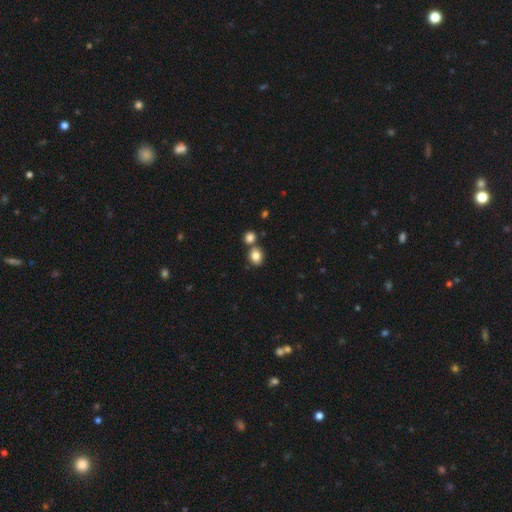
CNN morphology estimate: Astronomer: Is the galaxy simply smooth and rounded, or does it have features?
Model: smooth — 84%.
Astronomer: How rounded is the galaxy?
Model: round — 66%.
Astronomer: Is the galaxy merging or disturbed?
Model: none — 61%.